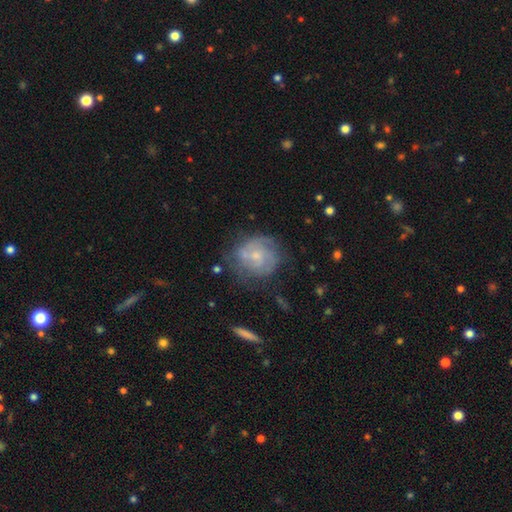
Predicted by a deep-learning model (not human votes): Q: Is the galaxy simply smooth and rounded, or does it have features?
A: featured or disk — 67%.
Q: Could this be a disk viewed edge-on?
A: no — 97%.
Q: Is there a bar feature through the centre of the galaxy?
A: no — 71%.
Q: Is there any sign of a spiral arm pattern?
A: yes — 82%.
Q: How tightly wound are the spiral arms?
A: tight — 54%.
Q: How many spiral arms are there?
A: can't tell — 41%.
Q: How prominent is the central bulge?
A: small — 62%.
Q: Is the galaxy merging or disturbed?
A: none — 62%.